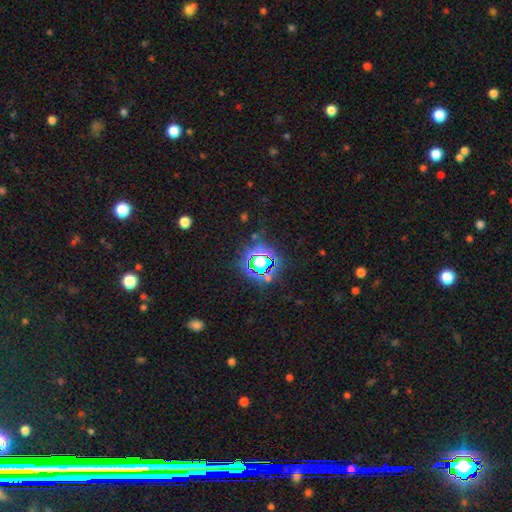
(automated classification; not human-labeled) smooth_or_featured: star or artifact (p=0.65) [alt: smooth p=0.23]